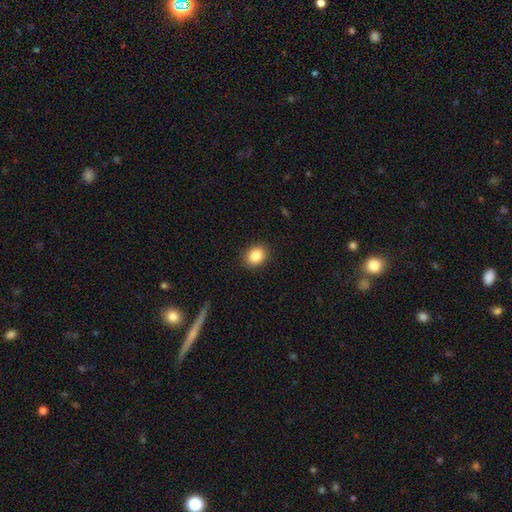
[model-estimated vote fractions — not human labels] Morphology: type=smooth (86%); roundness=in between (51%); merging=none (90%).